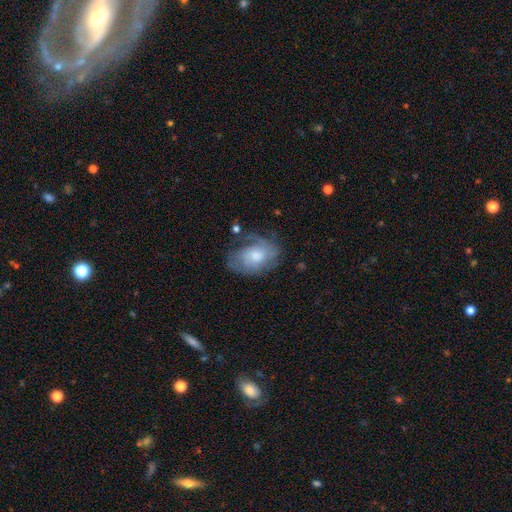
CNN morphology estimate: Smooth or featured? featured or disk (59%)
Edge-on disk? no (97%)
Bar? no (74%)
Spiral arms? yes (80%)
Bulge size? moderate (52%)
Merging? none (51%)